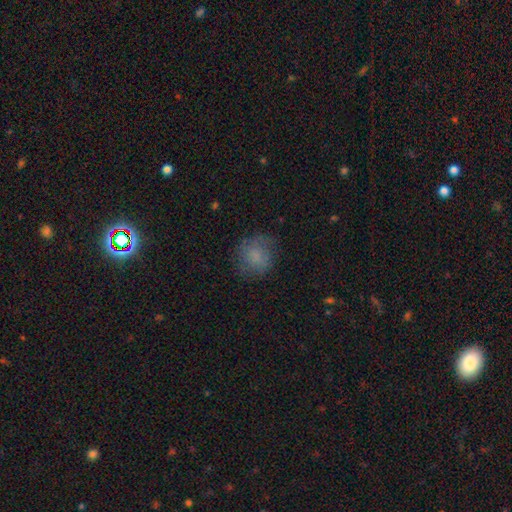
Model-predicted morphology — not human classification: This appears to be a smooth galaxy with no disk features (74%) that is round (80%). Merging: none (70%).